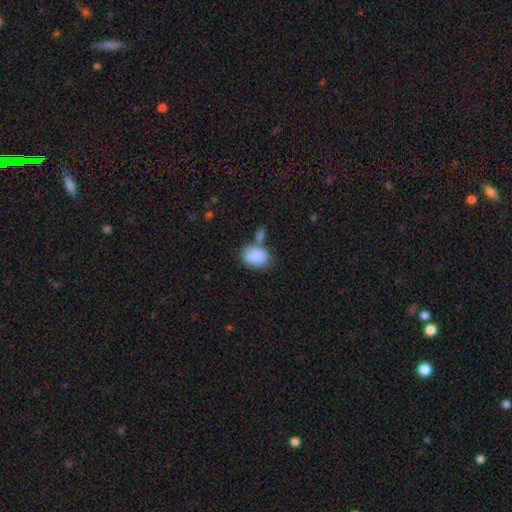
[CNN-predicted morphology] smooth-or-featured: smooth: 85% | featured or disk: 7% | star or artifact: 7%
  how-rounded: in between: 79% | round: 20% | cigar-shaped: 1%
  merging: none: 44% | merger: 29% | minor disturbance: 19% | major disturbance: 7%